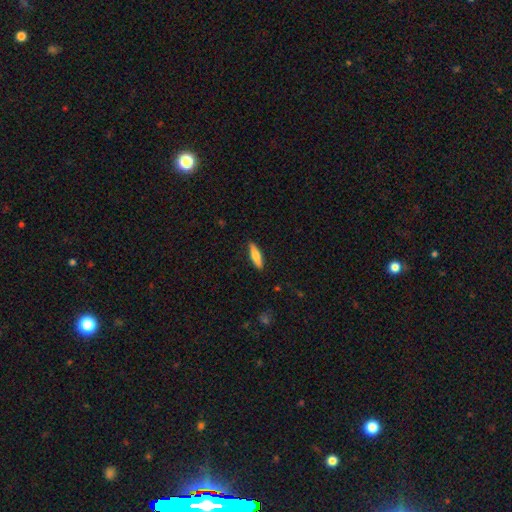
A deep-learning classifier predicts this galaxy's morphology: This is likely a smooth galaxy (69%). How rounded: likely cigar-shaped (67%). Merging: clearly none (89%).